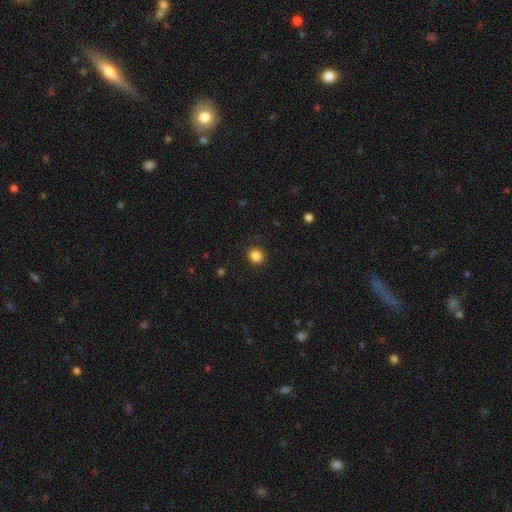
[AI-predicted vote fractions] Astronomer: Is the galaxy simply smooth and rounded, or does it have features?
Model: smooth — 85%.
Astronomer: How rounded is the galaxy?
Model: round — 89%.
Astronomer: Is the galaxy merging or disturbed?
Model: none — 91%.